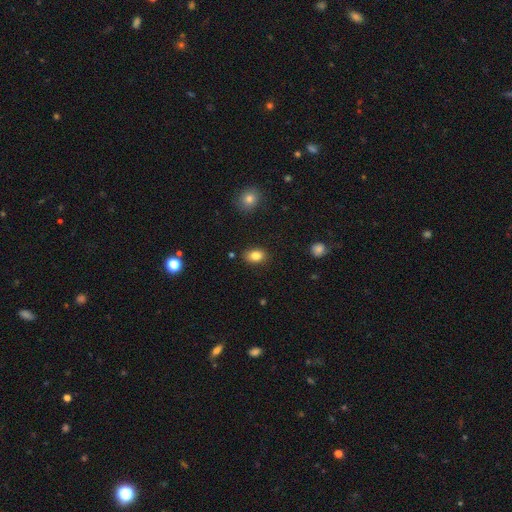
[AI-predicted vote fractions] The model was most divided on "how rounded": in between: 80%, round: 19%, cigar-shaped: 1%. More confident: merging — none (85%); smooth or featured — smooth (84%).